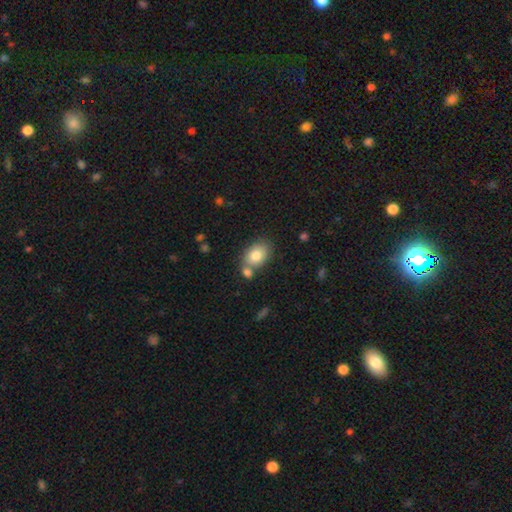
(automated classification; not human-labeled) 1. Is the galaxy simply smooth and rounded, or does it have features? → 81% smooth, 11% featured or disk, 8% star or artifact.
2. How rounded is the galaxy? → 76% in between, 23% round, 1% cigar-shaped.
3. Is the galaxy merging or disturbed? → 57% none, 25% merger, 14% minor disturbance, 4% major disturbance.